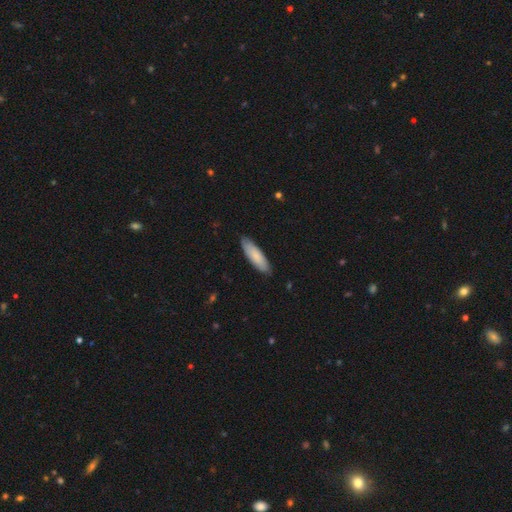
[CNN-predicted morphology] A smooth galaxy with no disk features (81%) that is cigar-shaped (55%).

Vote fractions:
- Smooth or featured? smooth: 81% / featured or disk: 14% / star or artifact: 5%
- How rounded? cigar-shaped: 55% / in between: 43% / round: 1%
- Merging? none: 86% / minor disturbance: 11% / major disturbance: 2% / merger: 1%